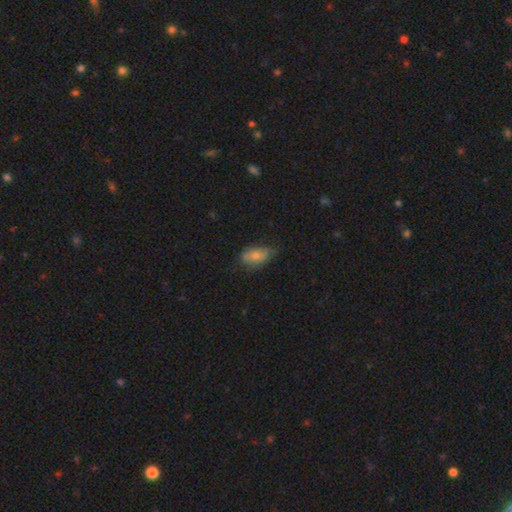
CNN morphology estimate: Smooth or featured? smooth (65%)
How rounded? in between (88%)
Merging? none (54%)